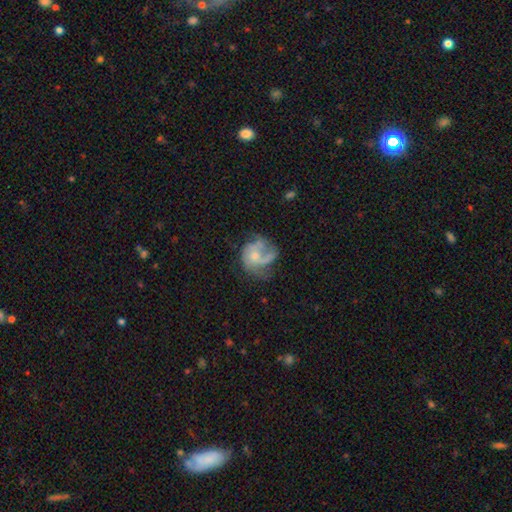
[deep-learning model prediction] Smooth or featured? Predicted: featured or disk (p=0.65). Edge-on disk? Predicted: no (p=0.98). Bar? Predicted: no (p=0.78). Spiral arms? Predicted: yes (p=0.74). Bulge size? Predicted: small (p=0.52). Merging? Predicted: none (p=0.37).